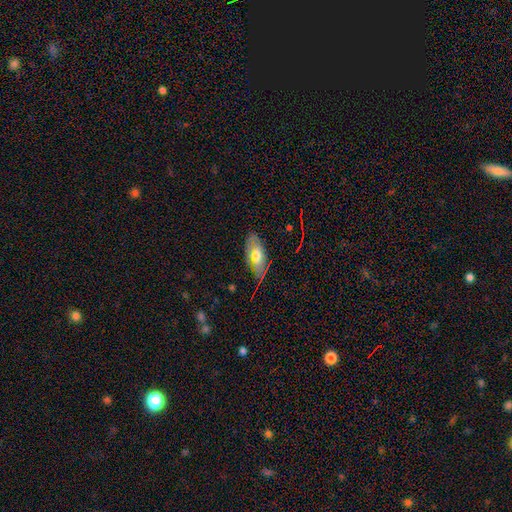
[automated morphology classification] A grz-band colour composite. It shows a smooth galaxy with no disk features (62%) that is in between round and cigar-shaped (86%). Merging: none (71%).